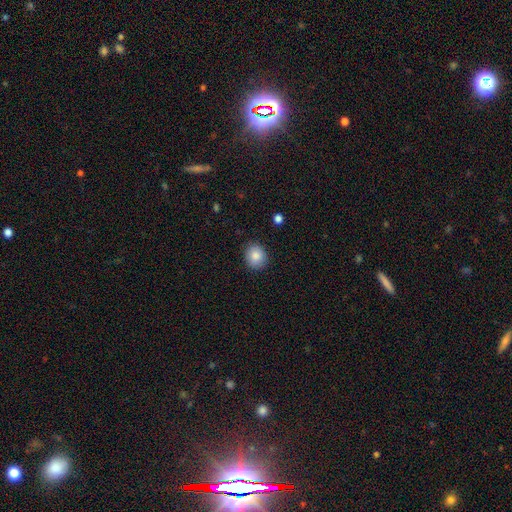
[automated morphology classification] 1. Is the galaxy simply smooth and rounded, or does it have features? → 86% smooth, 8% star or artifact, 6% featured or disk.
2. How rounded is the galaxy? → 70% round, 29% in between, 1% cigar-shaped.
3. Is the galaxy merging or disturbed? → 89% none, 8% minor disturbance, 2% major disturbance, 1% merger.